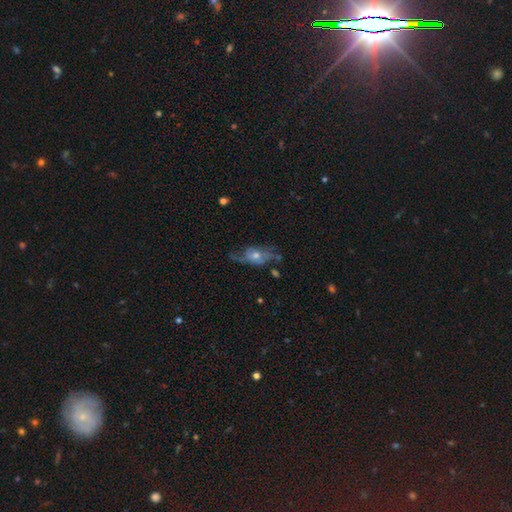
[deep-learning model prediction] This appears to be a featured or disk galaxy (70%) with no bar (76%), spiral arms (77%) and a moderate central bulge (56%). Merging: none (53%).